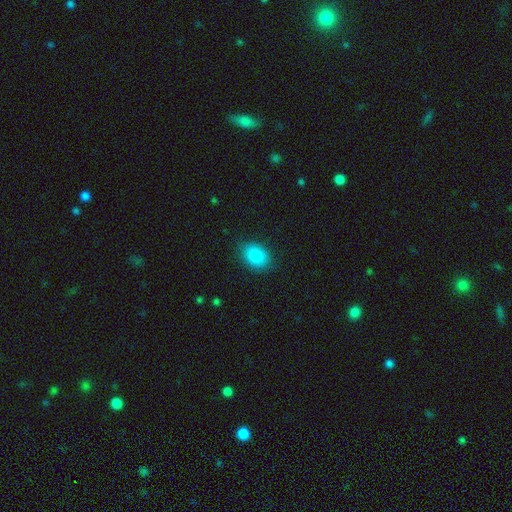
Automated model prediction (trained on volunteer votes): Smooth or featured? Predicted: smooth (p=0.88). How rounded? Predicted: in between (p=0.74). Merging? Predicted: none (p=0.84).